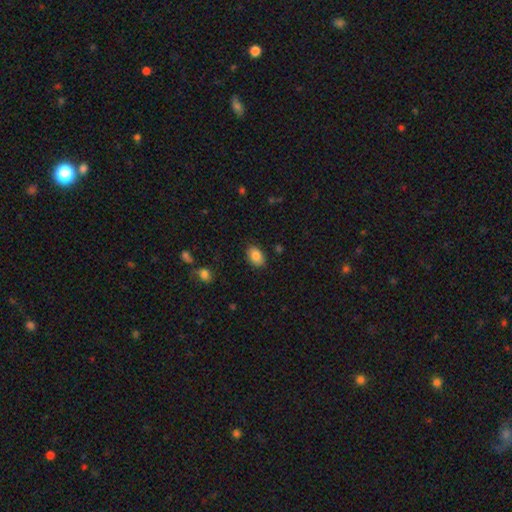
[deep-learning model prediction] Smooth or featured: smooth — 86% (star or artifact — 8%)
How rounded: in between — 87% (round — 12%)
Merging: none — 85% (minor disturbance — 11%)